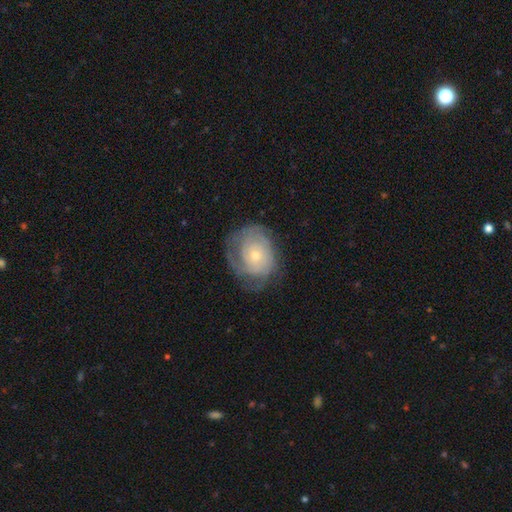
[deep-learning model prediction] The model was most divided on "bulge size": small: 59%, moderate: 37%, large: 2%, none: 1%, dominant: 1%. Remaining: edge-on disk — no (97%); spiral arms — yes (84%); bar — no (81%); smooth or featured — featured or disk (69%); spiral winding — tight (66%); merging — none (63%); spiral arm count — can't tell (49%).